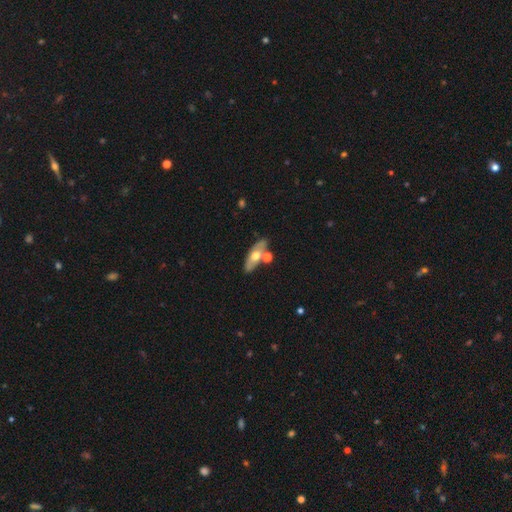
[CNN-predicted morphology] Smooth or featured: smooth — 47% (tied with featured or disk — 47%)
Merging: none — 70% (merger — 14%)